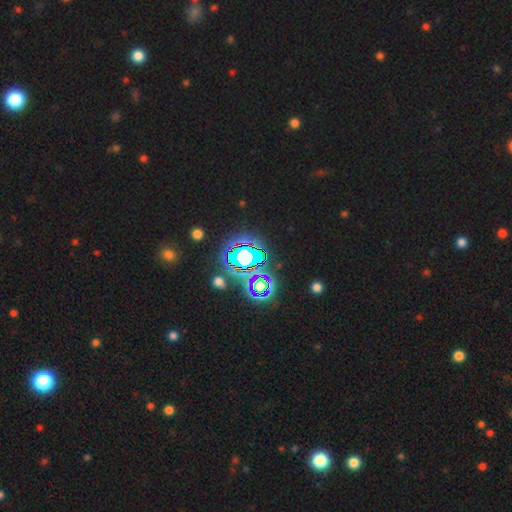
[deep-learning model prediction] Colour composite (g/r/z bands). It shows a star or artifact, not a galaxy (80%).